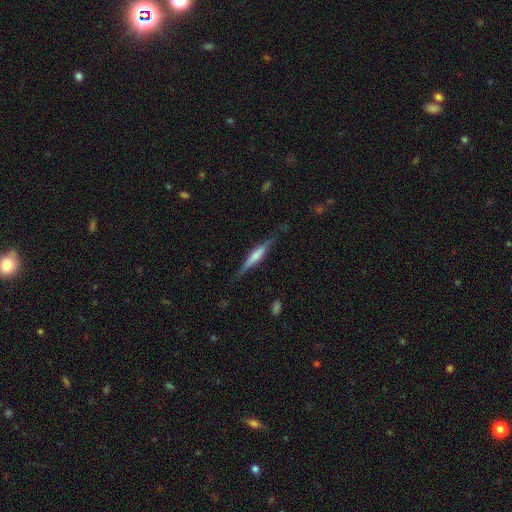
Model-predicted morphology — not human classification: Smooth or featured? featured or disk (60%)
Edge-on disk? yes (96%)
Edge-on bulge? rounded (47%)
Merging? none (77%)